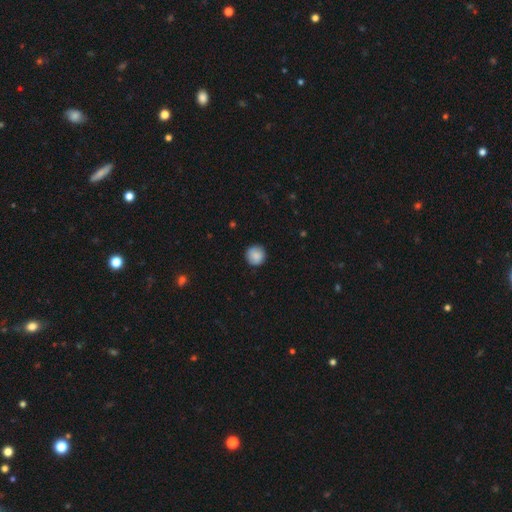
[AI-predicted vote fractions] Smooth or featured? Predicted: smooth (p=0.88). How rounded? Predicted: round (p=0.95). Merging? Predicted: none (p=0.90).